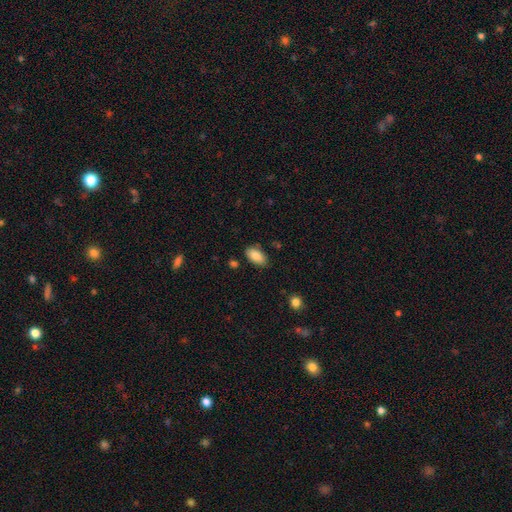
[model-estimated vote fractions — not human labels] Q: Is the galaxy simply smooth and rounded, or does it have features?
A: smooth — 86%.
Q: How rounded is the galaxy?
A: in between — 94%.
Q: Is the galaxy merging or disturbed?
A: none — 80%.